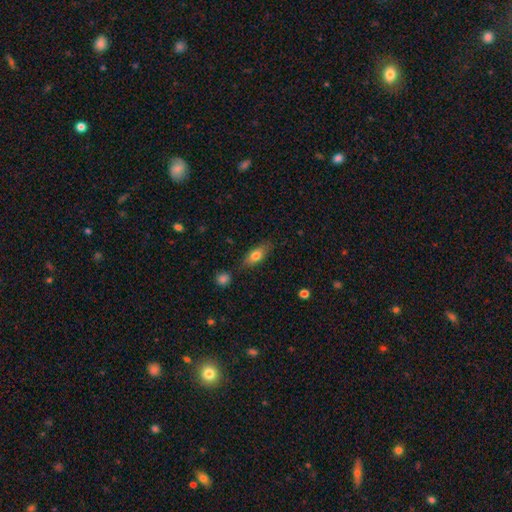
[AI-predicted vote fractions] Smooth or featured?
  - smooth: 72% *
  - featured or disk: 21%
  - star or artifact: 7%
How rounded?
  - in between: 73% *
  - cigar-shaped: 22%
  - round: 5%
Merging?
  - none: 77% *
  - minor disturbance: 16%
  - merger: 4%
  - major disturbance: 3%